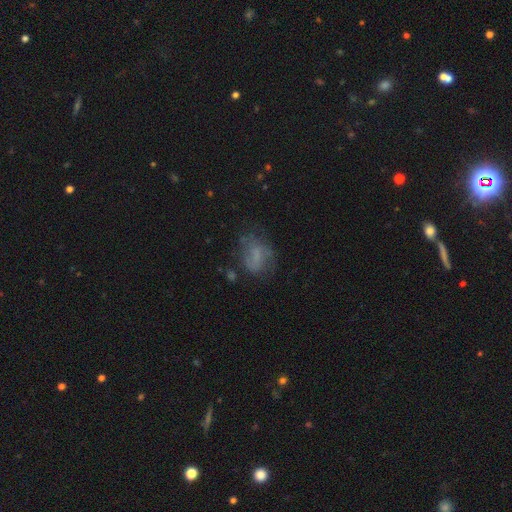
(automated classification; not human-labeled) Smooth or featured?
  - smooth: 49% *
  - featured or disk: 37%
  - star or artifact: 14%
Merging?
  - none: 50% *
  - minor disturbance: 25%
  - major disturbance: 21%
  - merger: 4%